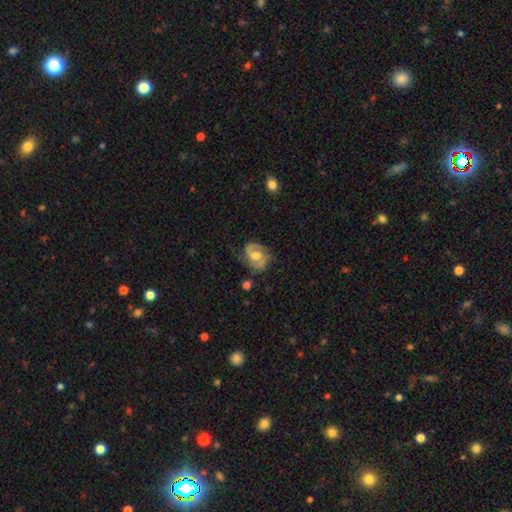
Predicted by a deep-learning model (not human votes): Smooth or featured? featured or disk (71%)
Edge-on disk? no (97%)
Bar? no (44%)
Spiral arms? yes (86%)
Spiral winding? medium (48%)
Spiral arm count? 2 (84%)
Bulge size? moderate (71%)
Merging? none (67%)